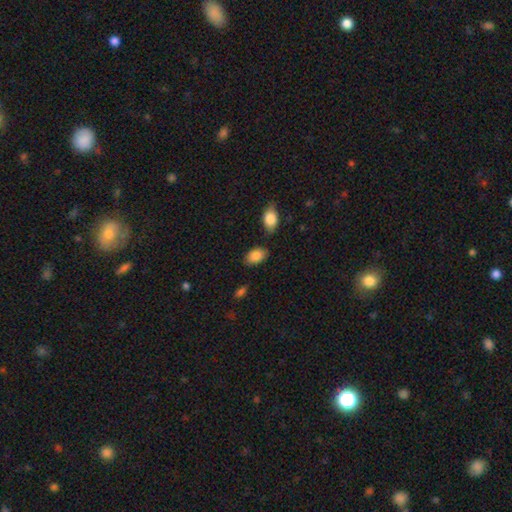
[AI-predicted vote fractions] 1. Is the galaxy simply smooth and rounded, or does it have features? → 87% smooth, 7% star or artifact, 6% featured or disk.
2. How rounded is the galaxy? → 91% in between, 8% round, 2% cigar-shaped.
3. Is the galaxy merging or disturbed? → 79% none, 14% minor disturbance, 5% merger, 3% major disturbance.